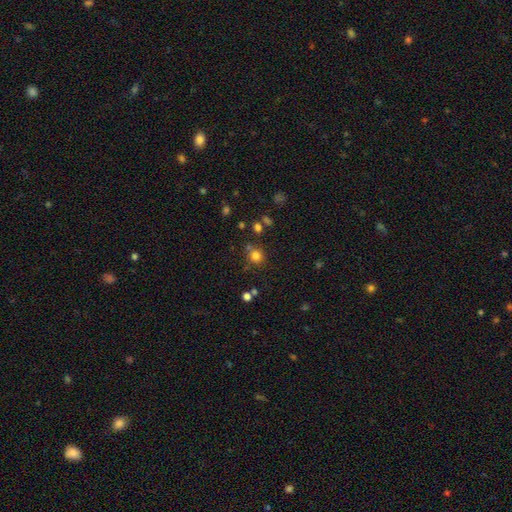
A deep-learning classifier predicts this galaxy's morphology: Smooth or featured: smooth — 78% (star or artifact — 16%)
How rounded: round — 88% (in between — 11%)
Merging: none — 75% (merger — 11%)